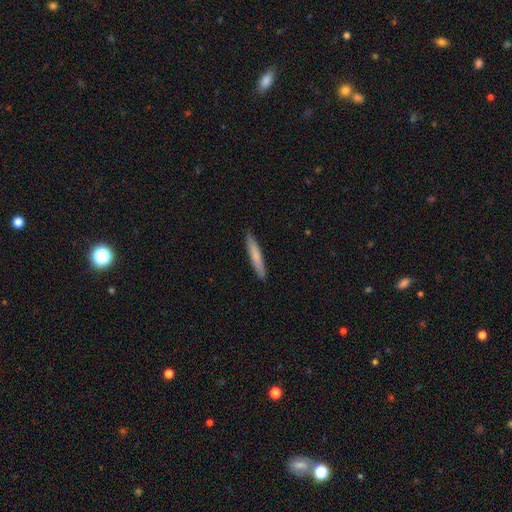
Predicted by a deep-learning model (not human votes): smooth 70%, featured or disk 25%, star or artifact 5%. Down the decision tree: how rounded — cigar-shaped (94%); merging — none (90%).